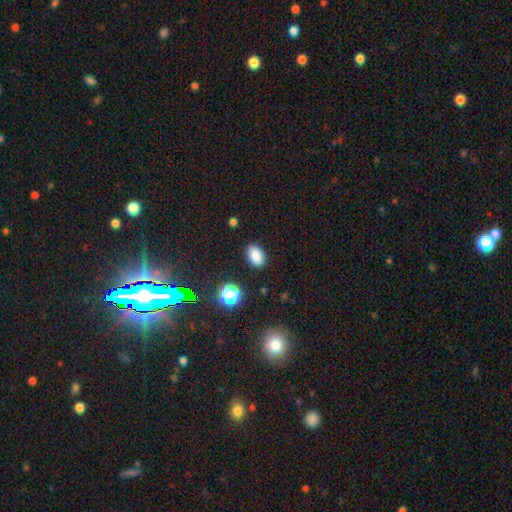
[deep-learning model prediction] Smooth or featured? Predicted: smooth (p=0.85). How rounded? Predicted: in between (p=0.87). Merging? Predicted: none (p=0.87).